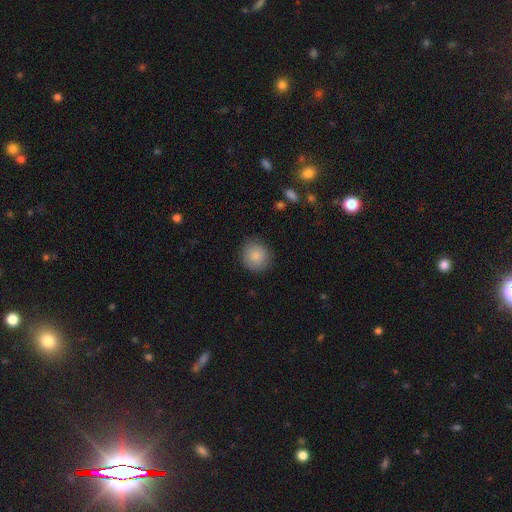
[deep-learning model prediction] This appears to be a smooth galaxy with no disk features (86%) that is round (89%). Merging: none (87%).